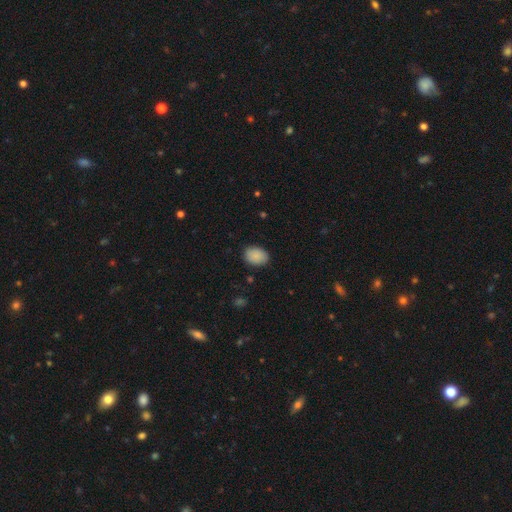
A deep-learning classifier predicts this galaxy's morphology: A smooth galaxy with no disk features (89%) that is in between round and cigar-shaped (74%). Merging: none (86%).